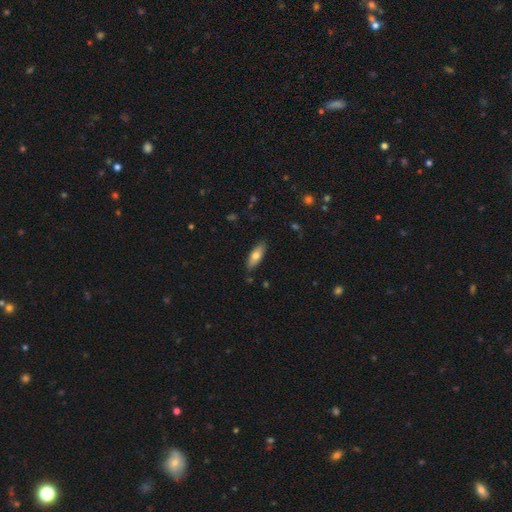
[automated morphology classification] A smooth galaxy with no disk features (70%) that is in between round and cigar-shaped (66%). Merging: none (86%).